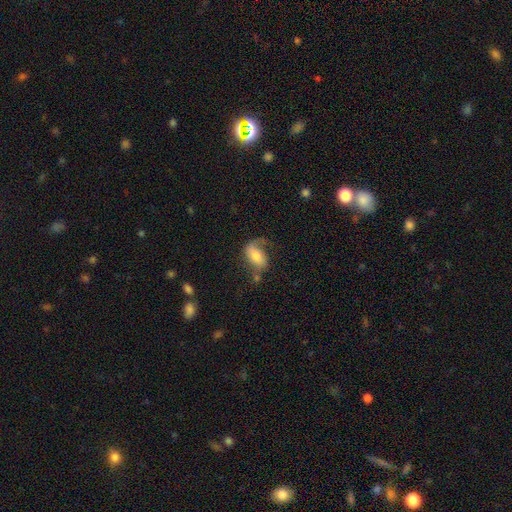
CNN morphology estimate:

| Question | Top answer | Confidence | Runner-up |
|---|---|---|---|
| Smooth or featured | smooth | 49% | featured or disk (43%) |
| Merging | none | 42% | major disturbance (28%) |